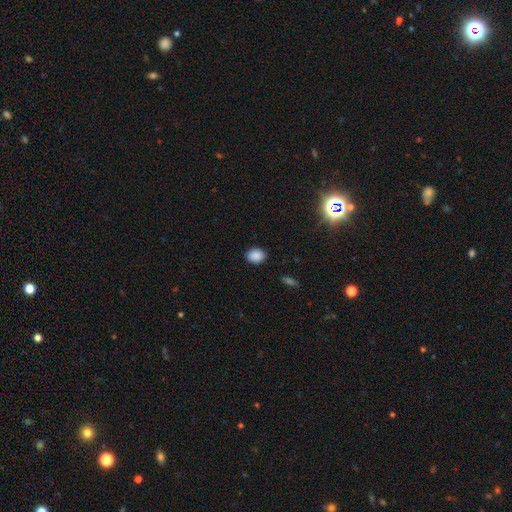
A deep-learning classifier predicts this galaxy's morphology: Smooth or featured: smooth — 88% (star or artifact — 9%)
How rounded: in between — 63% (round — 36%)
Merging: none — 88% (minor disturbance — 8%)